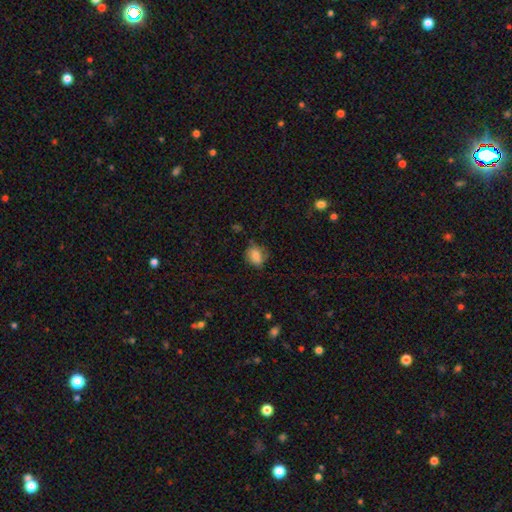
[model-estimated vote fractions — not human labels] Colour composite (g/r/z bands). It shows a smooth galaxy with no disk features (76%) that is in between round and cigar-shaped (52%). Merging: none (62%).